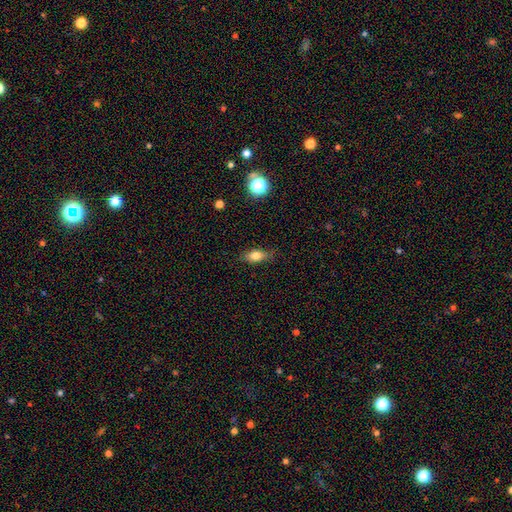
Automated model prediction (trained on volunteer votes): Smooth or featured?
  - smooth: 77% *
  - featured or disk: 14%
  - star or artifact: 10%
How rounded?
  - in between: 78% *
  - cigar-shaped: 13%
  - round: 9%
Merging?
  - none: 78% *
  - minor disturbance: 17%
  - major disturbance: 4%
  - merger: 1%